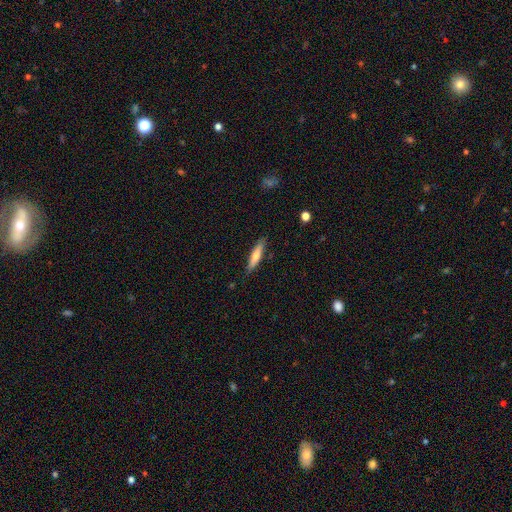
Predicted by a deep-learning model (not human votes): smooth_or_featured: smooth (p=0.62) [alt: featured or disk p=0.32]
how_rounded: cigar-shaped (p=0.82) [alt: in between p=0.17]
merging: none (p=0.86) [alt: minor disturbance p=0.11]